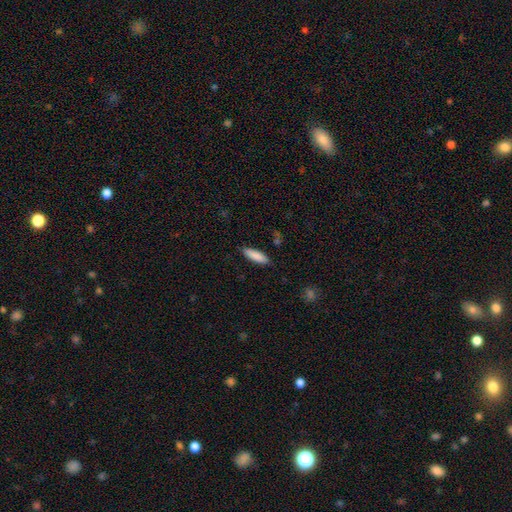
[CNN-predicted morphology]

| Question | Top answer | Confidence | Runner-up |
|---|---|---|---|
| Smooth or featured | smooth | 87% | featured or disk (7%) |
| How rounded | cigar-shaped | 56% | in between (43%) |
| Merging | none | 87% | minor disturbance (10%) |